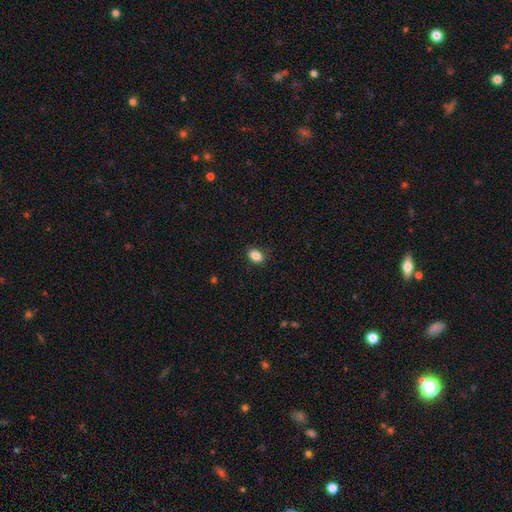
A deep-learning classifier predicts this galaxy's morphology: smooth_or_featured: smooth (p=0.86) [alt: star or artifact p=0.09]
how_rounded: in between (p=0.83) [alt: round p=0.15]
merging: none (p=0.88) [alt: minor disturbance p=0.09]